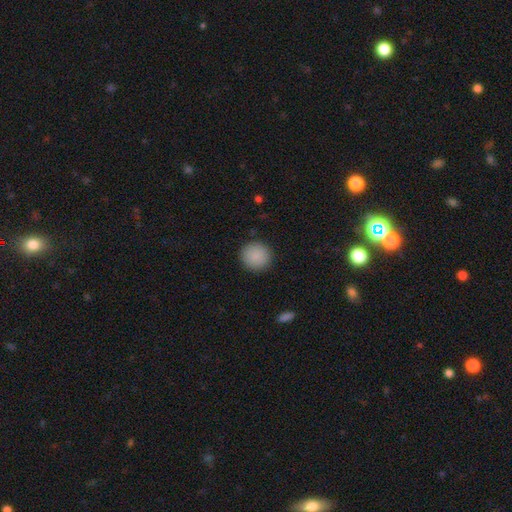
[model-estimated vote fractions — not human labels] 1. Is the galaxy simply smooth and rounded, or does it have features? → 89% smooth, 7% star or artifact, 4% featured or disk.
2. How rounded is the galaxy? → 94% round, 5% in between, 1% cigar-shaped.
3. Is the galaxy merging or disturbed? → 91% none, 6% minor disturbance, 2% major disturbance, 1% merger.